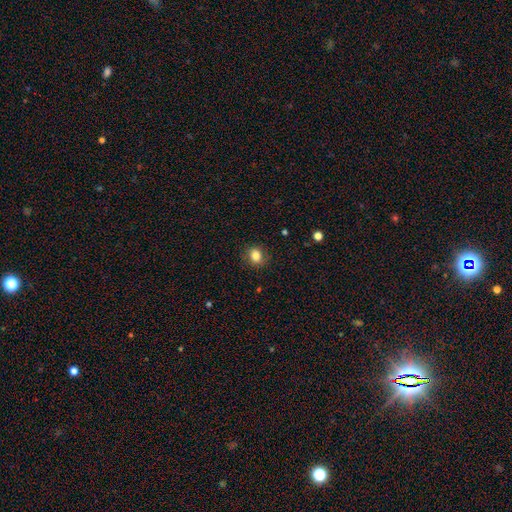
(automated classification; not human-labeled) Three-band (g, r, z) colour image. It shows a smooth galaxy with no disk features (83%) that is round (63%). Merging: none (84%).